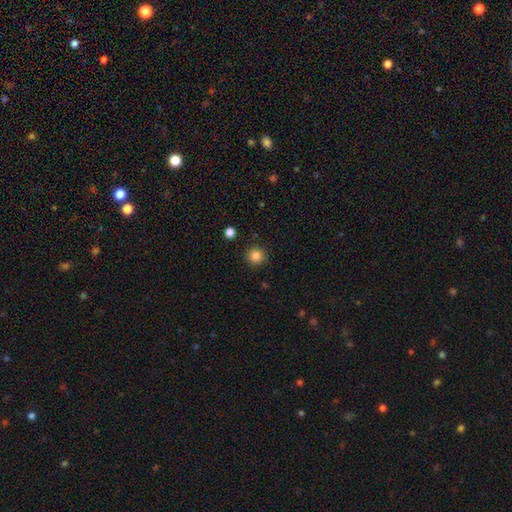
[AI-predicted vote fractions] This appears to be a smooth galaxy with no disk features (85%) that is round (94%). Merging: none (90%).